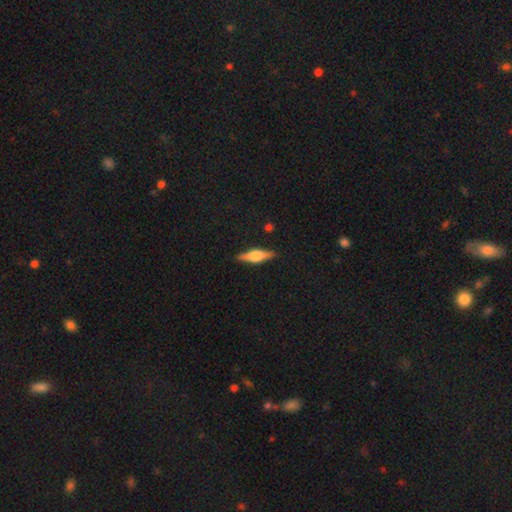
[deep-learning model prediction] Overall: featured or disk (61%; smooth 32%). Edge-on disk: yes (96%). Edge-on bulge: rounded (91%). Merging: none (89%).